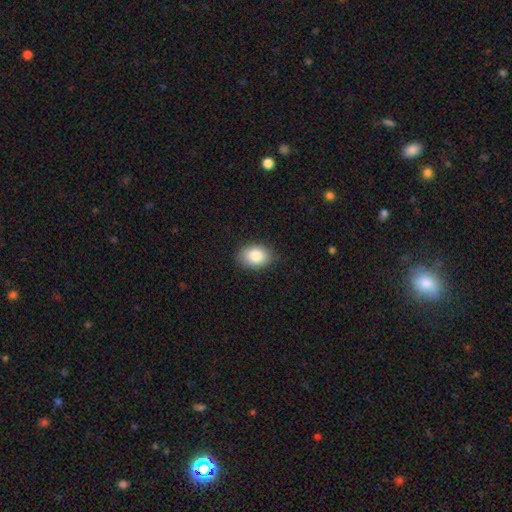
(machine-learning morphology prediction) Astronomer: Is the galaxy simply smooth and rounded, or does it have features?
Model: smooth — 84%.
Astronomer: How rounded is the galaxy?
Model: in between — 78%.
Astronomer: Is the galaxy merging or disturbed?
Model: none — 86%.